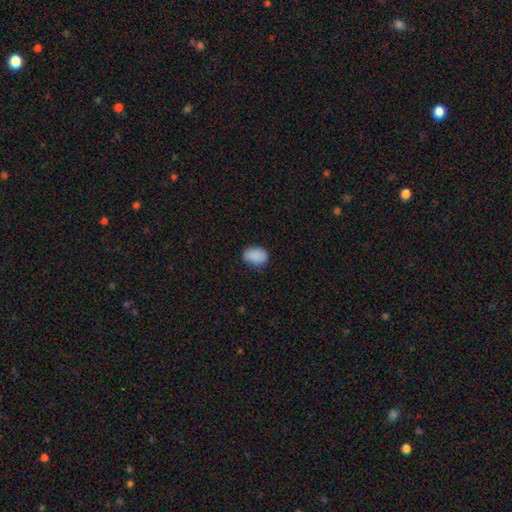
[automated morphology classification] type=smooth (88%); roundness=in between (79%); merging=none (74%).